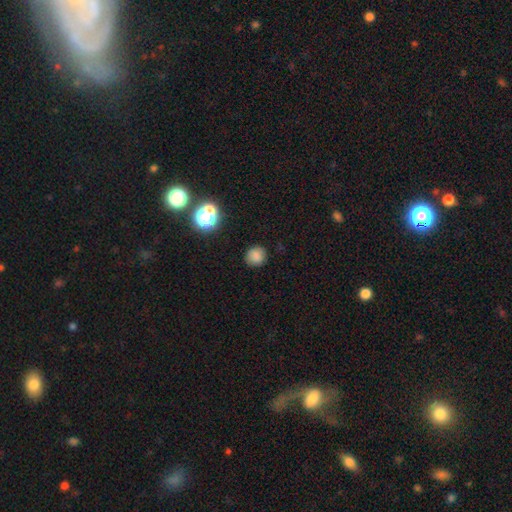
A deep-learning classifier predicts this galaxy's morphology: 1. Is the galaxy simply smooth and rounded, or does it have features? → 81% smooth, 15% star or artifact, 4% featured or disk.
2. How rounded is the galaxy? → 86% round, 13% in between, 1% cigar-shaped.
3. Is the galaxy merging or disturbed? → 87% none, 9% minor disturbance, 3% major disturbance, 1% merger.